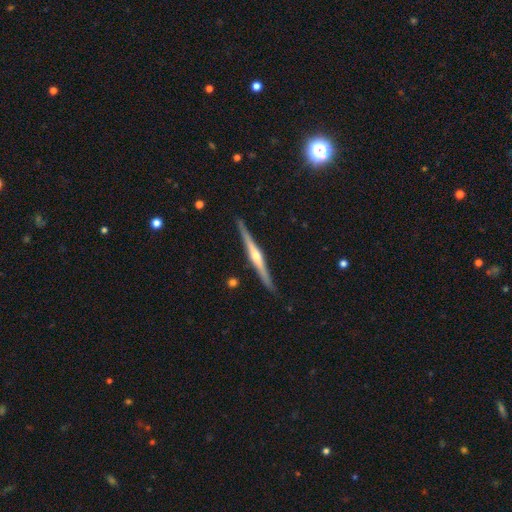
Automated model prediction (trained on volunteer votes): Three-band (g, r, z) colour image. It shows a featured or disk galaxy (80%) viewed edge-on (98%) with a rounded central bulge (85%). Merging: none (90%).